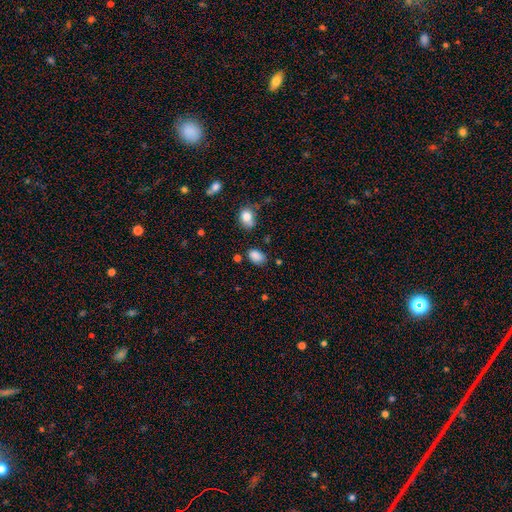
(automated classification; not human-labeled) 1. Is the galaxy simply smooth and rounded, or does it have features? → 85% smooth, 10% star or artifact, 5% featured or disk.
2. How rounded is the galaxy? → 85% in between, 14% round, 1% cigar-shaped.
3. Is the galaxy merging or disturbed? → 71% none, 20% minor disturbance, 5% major disturbance, 4% merger.